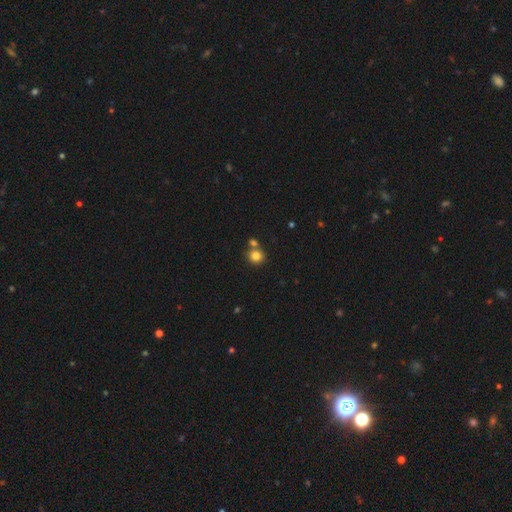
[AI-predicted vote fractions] Morphology: type=smooth (83%); roundness=round (85%); merging=none (64%).